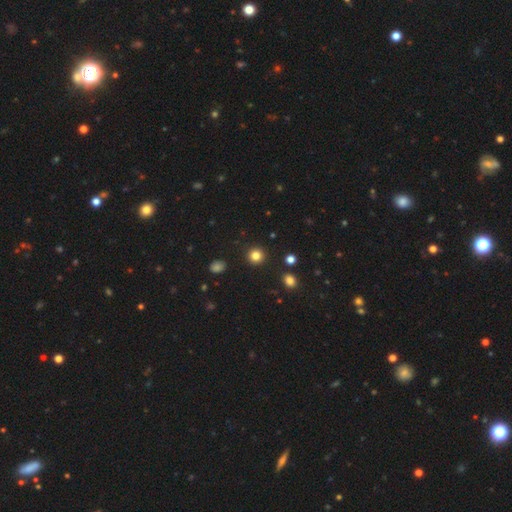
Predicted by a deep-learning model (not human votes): Overall: smooth (83%). How rounded: round (93%). Merging: none (92%).